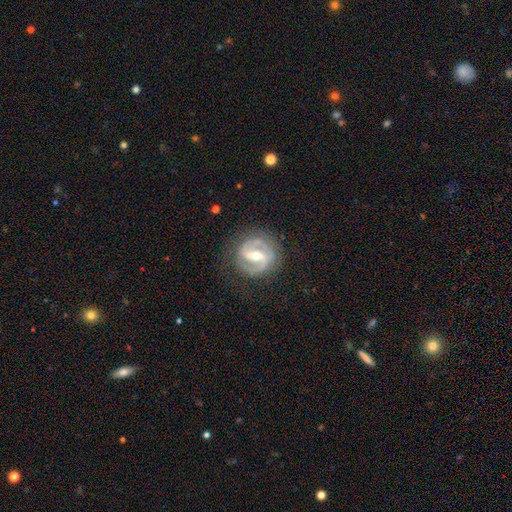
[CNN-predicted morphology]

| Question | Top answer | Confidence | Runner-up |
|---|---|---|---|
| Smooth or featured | featured or disk | 88% | smooth (7%) |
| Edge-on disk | no | 97% | yes (3%) |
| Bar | strong | 56% | weak (33%) |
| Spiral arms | yes | 93% | no (7%) |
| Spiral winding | medium | 47% | tight (41%) |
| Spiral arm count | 2 | 88% | can't tell (5%) |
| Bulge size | moderate | 60% | small (36%) |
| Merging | none | 81% | minor disturbance (12%) |